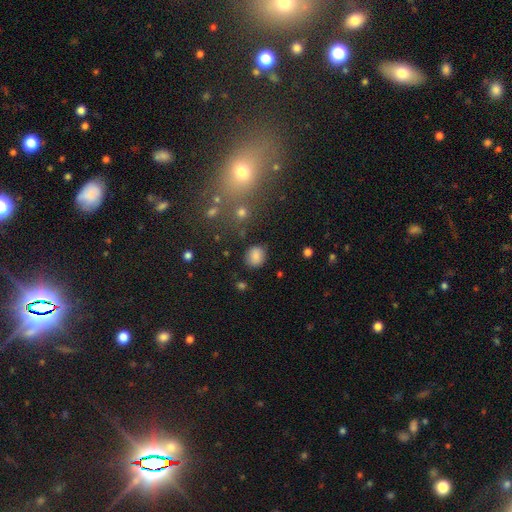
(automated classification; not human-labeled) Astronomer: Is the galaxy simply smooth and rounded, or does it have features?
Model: smooth — 80%.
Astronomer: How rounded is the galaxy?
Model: round — 65%.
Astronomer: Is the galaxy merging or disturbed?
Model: none — 82%.